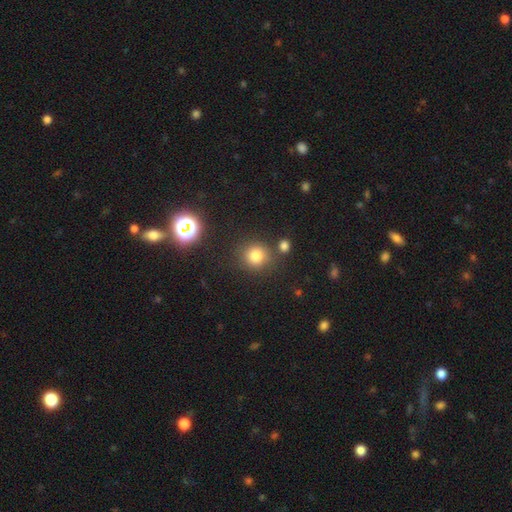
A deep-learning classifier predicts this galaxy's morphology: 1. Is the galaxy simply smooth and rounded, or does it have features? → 77% smooth, 16% star or artifact, 7% featured or disk.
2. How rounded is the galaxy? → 89% round, 10% in between, 1% cigar-shaped.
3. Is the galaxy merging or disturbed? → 78% none, 10% minor disturbance, 8% merger, 4% major disturbance.